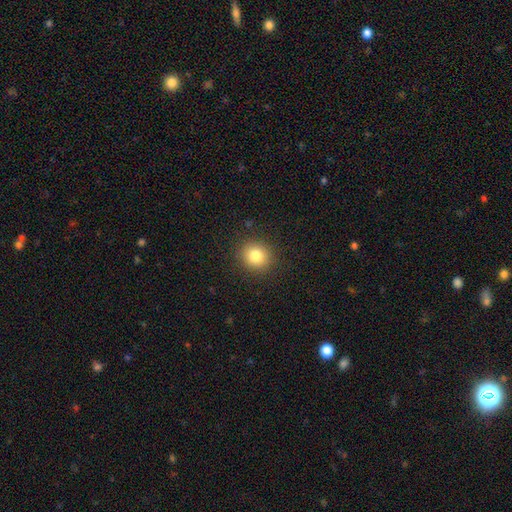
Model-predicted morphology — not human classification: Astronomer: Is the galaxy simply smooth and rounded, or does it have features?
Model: smooth — 82%.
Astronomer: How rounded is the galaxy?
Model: round — 83%.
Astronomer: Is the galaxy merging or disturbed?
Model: none — 89%.